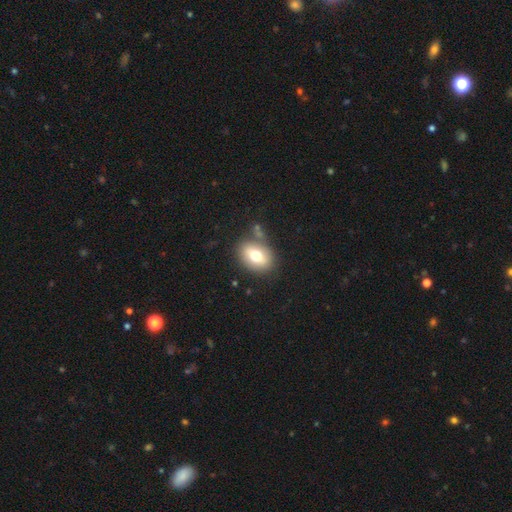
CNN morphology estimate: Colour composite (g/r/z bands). It shows a smooth galaxy with no disk features (70%) that is in between round and cigar-shaped (72%). Merging: none (74%).